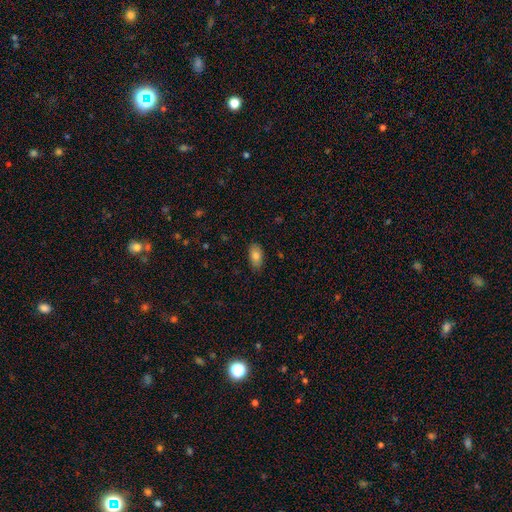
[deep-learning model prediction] Smooth or featured?
  - smooth: 81% *
  - featured or disk: 12%
  - star or artifact: 8%
How rounded?
  - in between: 92% *
  - round: 5%
  - cigar-shaped: 4%
Merging?
  - none: 83% *
  - minor disturbance: 14%
  - major disturbance: 2%
  - merger: 1%